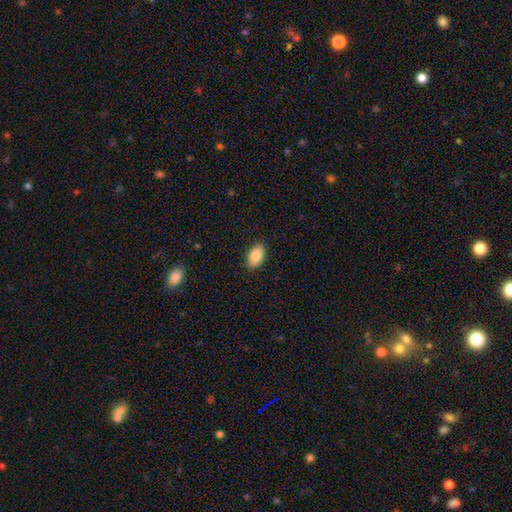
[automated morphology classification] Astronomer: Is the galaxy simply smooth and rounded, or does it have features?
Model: smooth — 84%.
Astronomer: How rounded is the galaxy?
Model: in between — 93%.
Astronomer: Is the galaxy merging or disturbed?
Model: none — 88%.